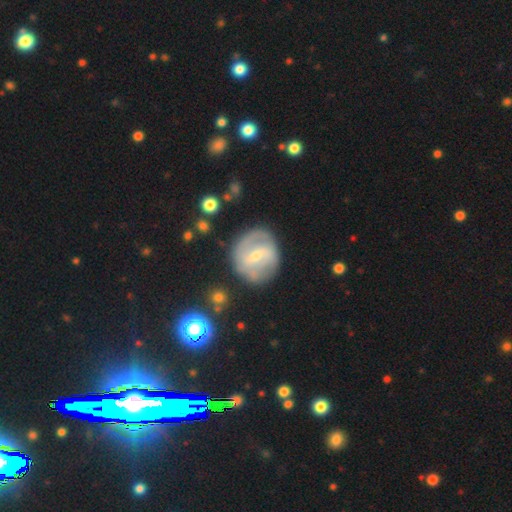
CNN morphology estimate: Smooth or featured? featured or disk (74%)
Edge-on disk? no (97%)
Bar? weak (48%)
Spiral arms? yes (82%)
Spiral winding? medium (42%)
Spiral arm count? 2 (65%)
Bulge size? small (57%)
Merging? none (73%)